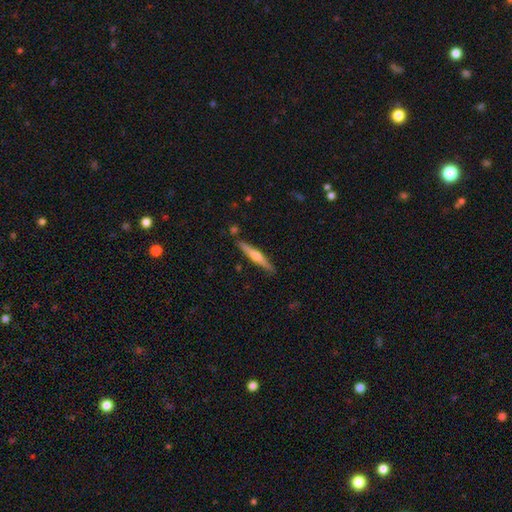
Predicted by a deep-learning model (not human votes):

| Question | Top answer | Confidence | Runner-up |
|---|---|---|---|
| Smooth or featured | featured or disk | 59% | smooth (36%) |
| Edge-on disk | yes | 98% | no (2%) |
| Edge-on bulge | rounded | 82% | boxy (9%) |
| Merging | none | 88% | minor disturbance (8%) |